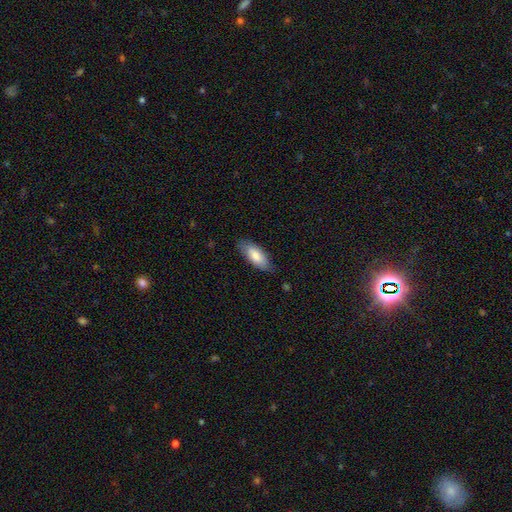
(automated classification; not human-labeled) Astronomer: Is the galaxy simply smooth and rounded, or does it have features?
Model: smooth — 81%.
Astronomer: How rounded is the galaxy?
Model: in between — 82%.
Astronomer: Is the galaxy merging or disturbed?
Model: none — 79%.